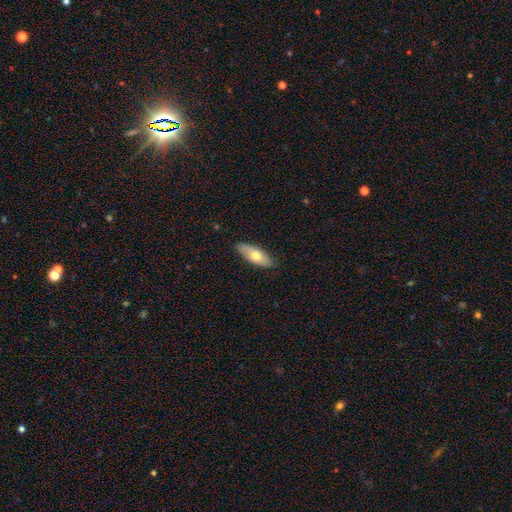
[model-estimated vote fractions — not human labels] Morphology: type=smooth (62%); roundness=in between (71%); merging=none (86%).